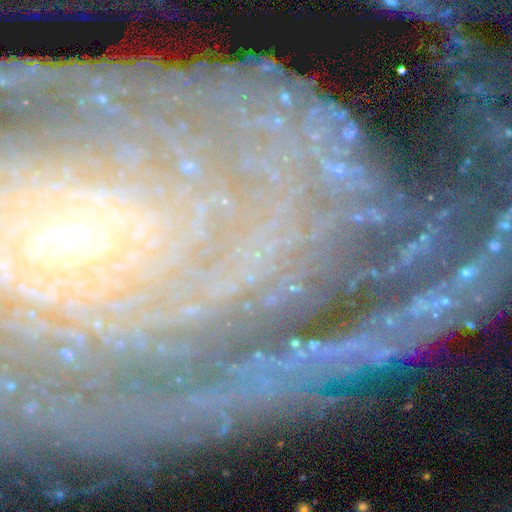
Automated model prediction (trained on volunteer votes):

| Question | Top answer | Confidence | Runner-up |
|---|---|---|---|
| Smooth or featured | star or artifact | 46% | featured or disk (44%) |